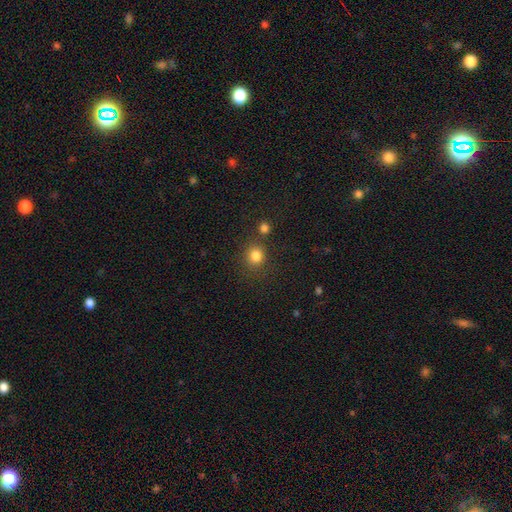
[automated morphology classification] Smooth or featured? smooth (82%)
How rounded? round (87%)
Merging? none (77%)